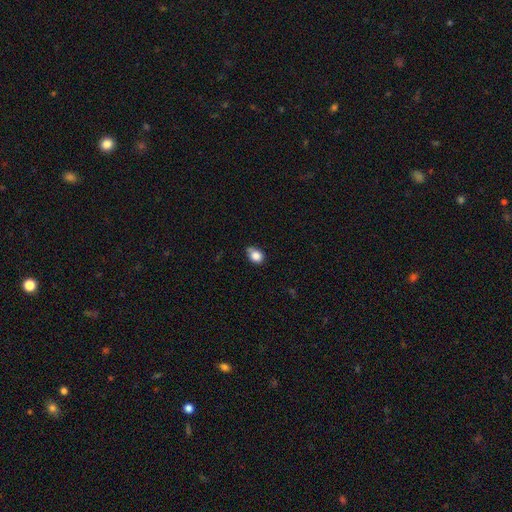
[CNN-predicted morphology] Smooth or featured: smooth — 84% (star or artifact — 10%)
How rounded: round — 53% (in between — 46%)
Merging: none — 52% (minor disturbance — 35%)